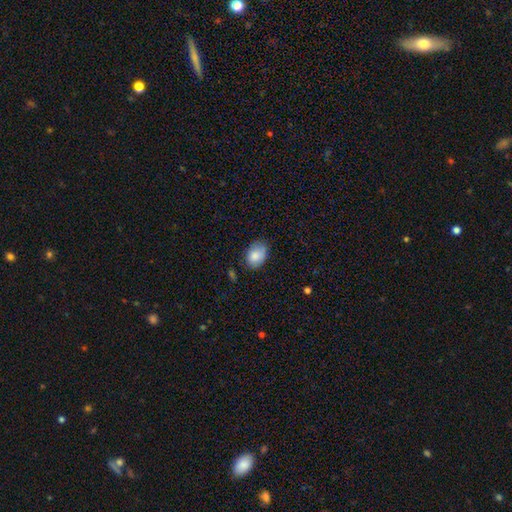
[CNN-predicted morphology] The model was most divided on "merging": none: 70%, minor disturbance: 24%, major disturbance: 4%, merger: 2%. More confident: smooth or featured — smooth (84%); how rounded — in between (77%).